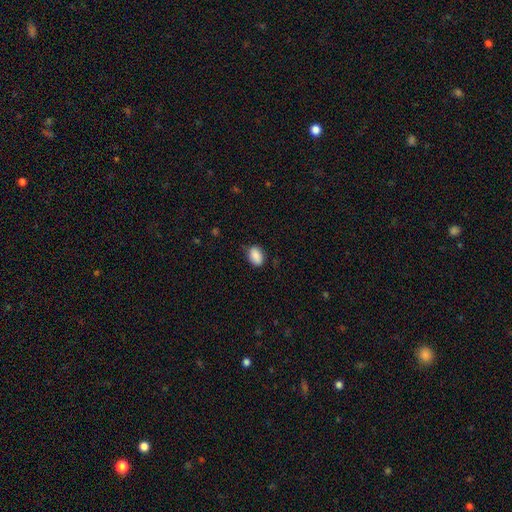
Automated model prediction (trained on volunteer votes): Smooth or featured? smooth (88%)
How rounded? in between (85%)
Merging? none (74%)